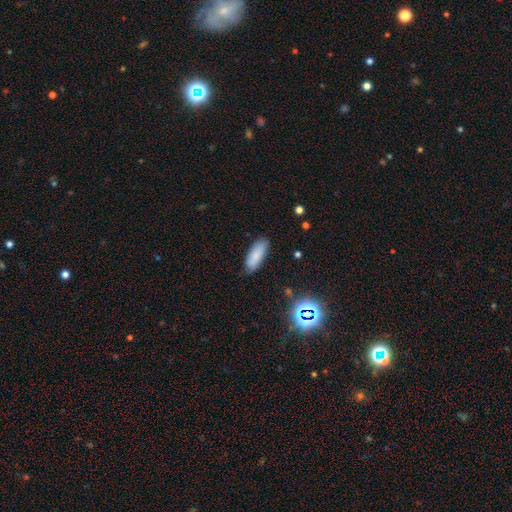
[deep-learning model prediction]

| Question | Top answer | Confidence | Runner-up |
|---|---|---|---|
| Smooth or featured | smooth | 84% | star or artifact (8%) |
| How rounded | in between | 67% | cigar-shaped (32%) |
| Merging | none | 80% | minor disturbance (15%) |